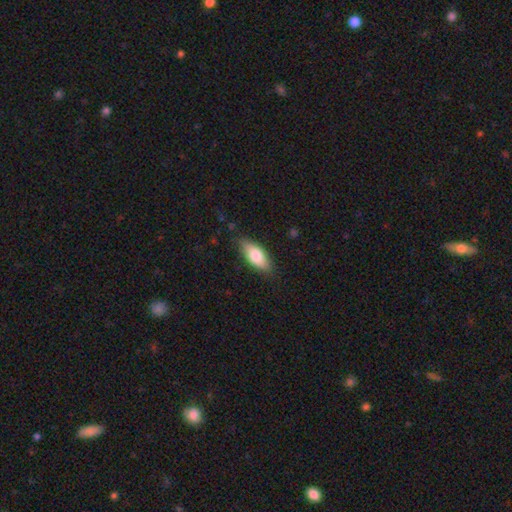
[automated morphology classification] The model was most divided on "smooth or featured": smooth: 78%, featured or disk: 16%, star or artifact: 6%. More confident: how rounded — in between (82%); merging — none (80%).